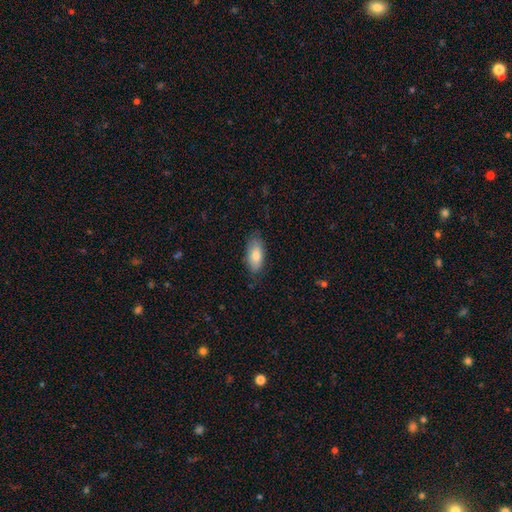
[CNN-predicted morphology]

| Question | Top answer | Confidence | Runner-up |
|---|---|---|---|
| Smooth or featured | smooth | 77% | featured or disk (16%) |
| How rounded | in between | 88% | cigar-shaped (10%) |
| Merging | none | 75% | minor disturbance (20%) |